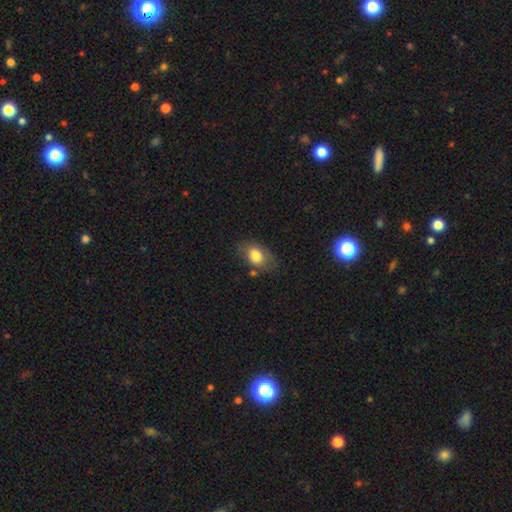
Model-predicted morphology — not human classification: This is likely a smooth galaxy (76%). How rounded: clearly in between (84%). Merging: likely none (64%).